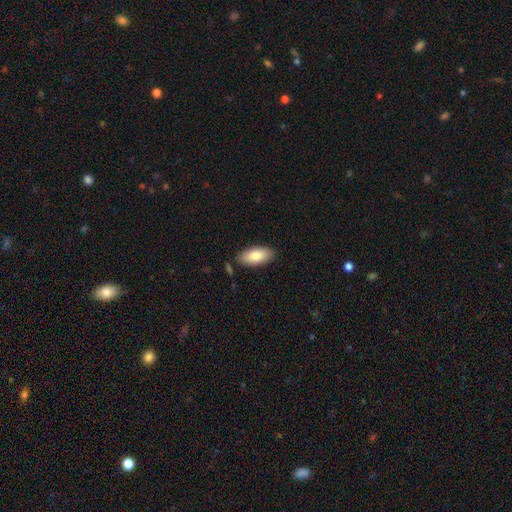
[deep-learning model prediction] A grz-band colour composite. It shows a smooth galaxy with no disk features (83%) that is in between round and cigar-shaped (90%). Merging: none (84%).